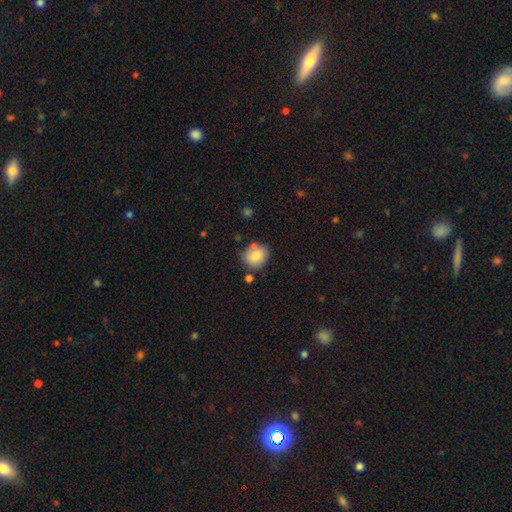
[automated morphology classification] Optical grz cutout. It shows a smooth galaxy with no disk features (81%) that is round (72%). Merging: none (67%).